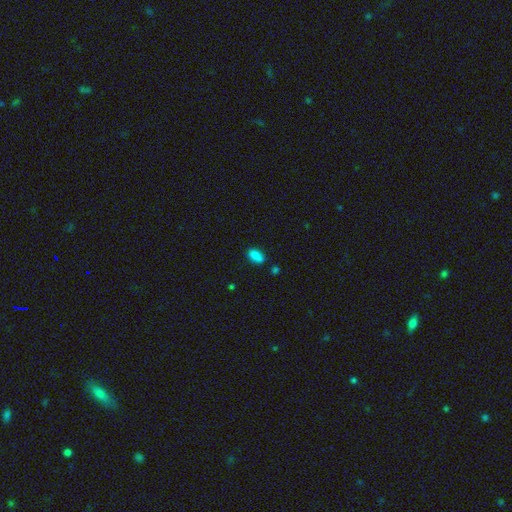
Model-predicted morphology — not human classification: A smooth galaxy with no disk features (86%) that is in between round and cigar-shaped (87%). Merging: none (80%).